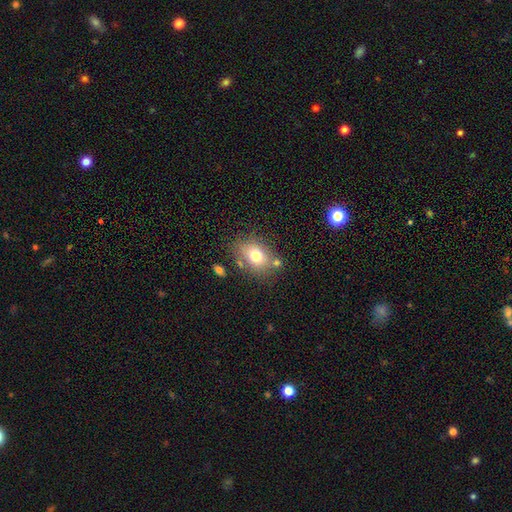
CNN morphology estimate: Overall: smooth (73%). How rounded: in between (71%). Merging: none (69%).